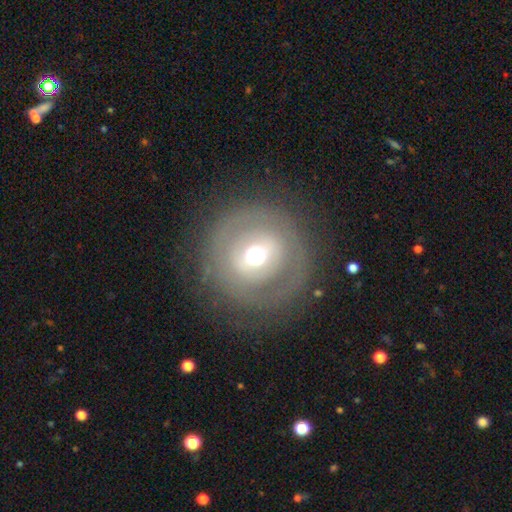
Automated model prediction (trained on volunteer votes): Q: Smooth or featured?
A: featured or disk (44%); tied with: smooth (44%)
Q: Merging?
A: none (74%); runner-up: major disturbance (12%)